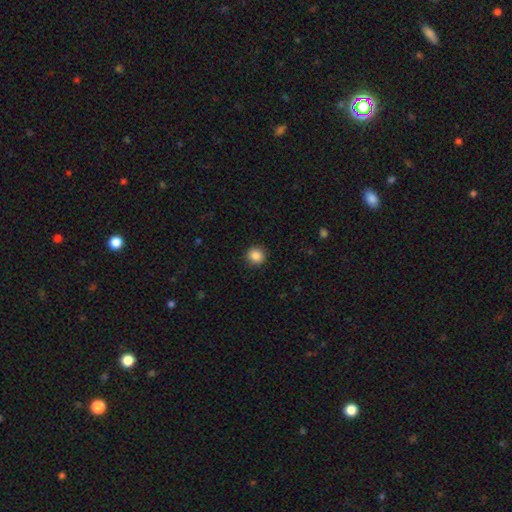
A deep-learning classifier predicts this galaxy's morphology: Smooth or featured?
  - smooth: 87% *
  - star or artifact: 10%
  - featured or disk: 3%
How rounded?
  - round: 93% *
  - in between: 6%
  - cigar-shaped: 1%
Merging?
  - none: 91% *
  - minor disturbance: 6%
  - major disturbance: 2%
  - merger: 1%